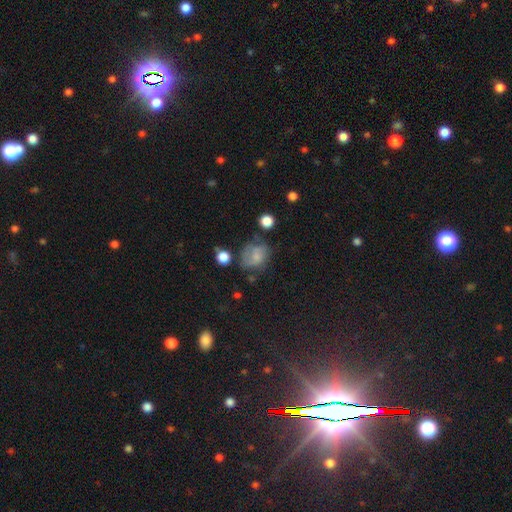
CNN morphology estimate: smooth 59%, featured or disk 28%, star or artifact 13%. Down the decision tree: how rounded — round (55%); merging — none (41%).